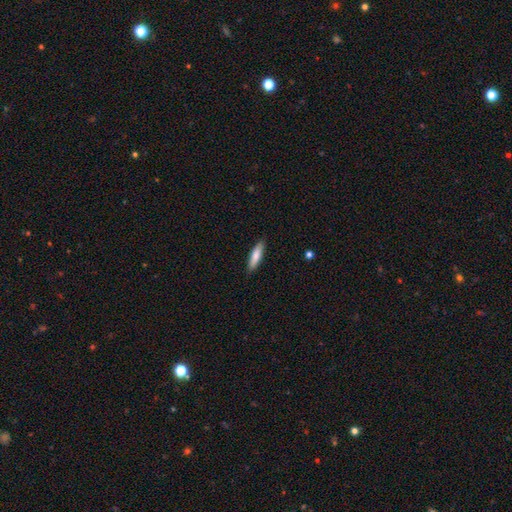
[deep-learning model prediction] smooth_or_featured: smooth (p=0.79) [alt: featured or disk p=0.15]
how_rounded: cigar-shaped (p=0.70) [alt: in between p=0.28]
merging: none (p=0.89) [alt: minor disturbance p=0.08]